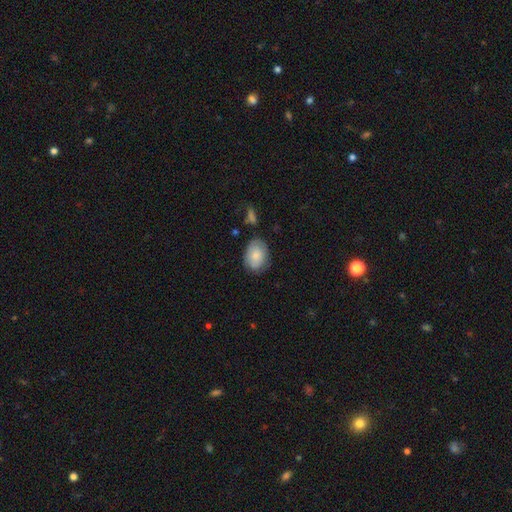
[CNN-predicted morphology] Q: Smooth or featured?
A: smooth (79%); runner-up: featured or disk (14%)
Q: How rounded?
A: in between (78%); runner-up: round (21%)
Q: Merging?
A: none (73%); runner-up: minor disturbance (19%)